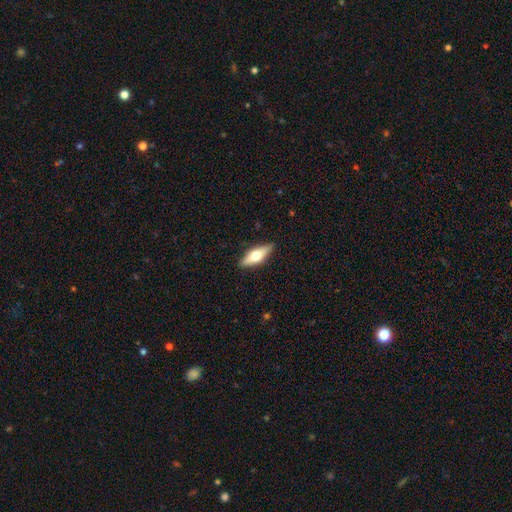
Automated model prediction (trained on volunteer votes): Overall: featured or disk (47%, tied with smooth). Merging: none (88%).